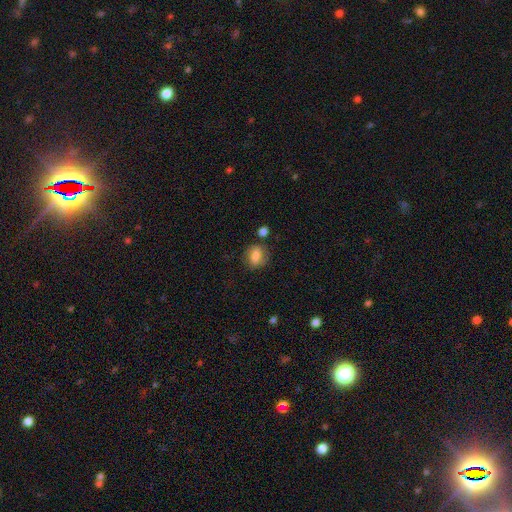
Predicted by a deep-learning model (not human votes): smooth-or-featured: smooth: 73% | featured or disk: 18% | star or artifact: 9%
  how-rounded: in between: 63% | round: 35% | cigar-shaped: 2%
  merging: none: 68% | minor disturbance: 19% | major disturbance: 7% | merger: 6%